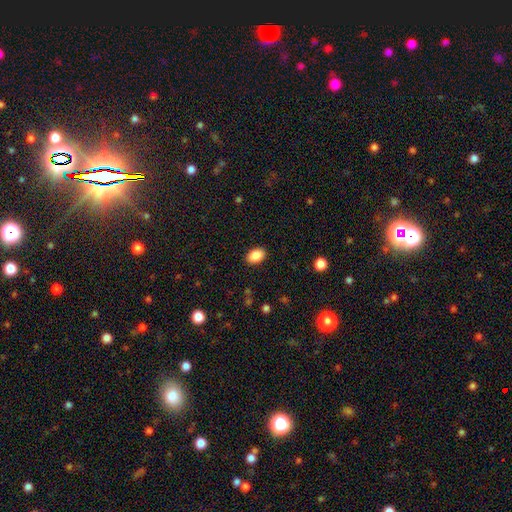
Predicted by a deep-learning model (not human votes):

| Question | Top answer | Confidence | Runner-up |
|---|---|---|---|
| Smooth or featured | smooth | 88% | star or artifact (8%) |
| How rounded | in between | 84% | round (15%) |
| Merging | none | 89% | minor disturbance (8%) |